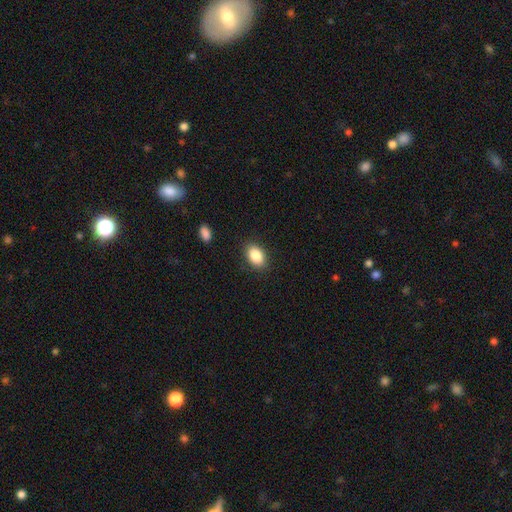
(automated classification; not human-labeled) smooth 86%, star or artifact 8%, featured or disk 6%. Down the decision tree: how rounded — in between (87%); merging — none (87%).